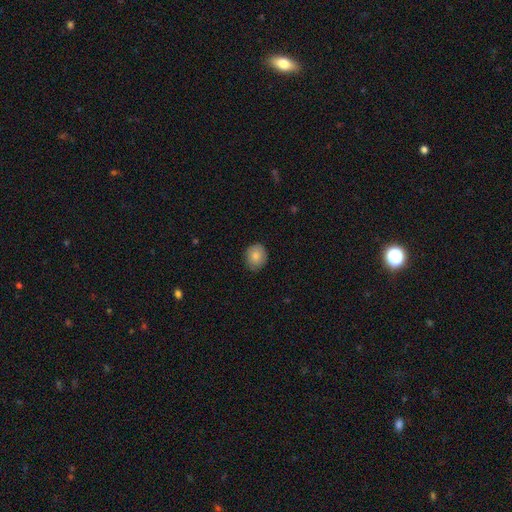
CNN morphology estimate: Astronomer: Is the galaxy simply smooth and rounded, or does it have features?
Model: smooth — 83%.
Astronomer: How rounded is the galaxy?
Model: round — 67%.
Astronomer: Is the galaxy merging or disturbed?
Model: none — 83%.